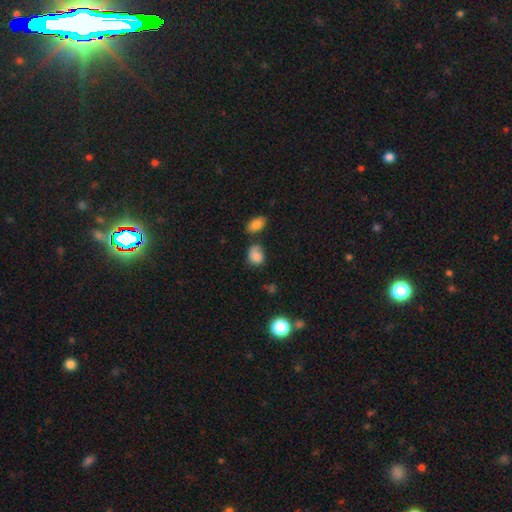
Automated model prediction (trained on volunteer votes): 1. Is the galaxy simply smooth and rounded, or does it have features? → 82% smooth, 10% star or artifact, 7% featured or disk.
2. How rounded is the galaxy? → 52% in between, 46% round, 1% cigar-shaped.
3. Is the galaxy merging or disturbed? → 49% none, 27% minor disturbance, 14% merger, 10% major disturbance.